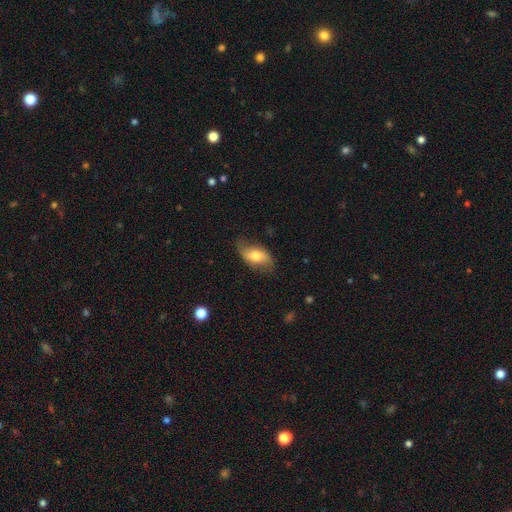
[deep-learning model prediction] Smooth or featured? Predicted: smooth (p=0.52). How rounded? Predicted: in between (p=0.89). Merging? Predicted: none (p=0.71).